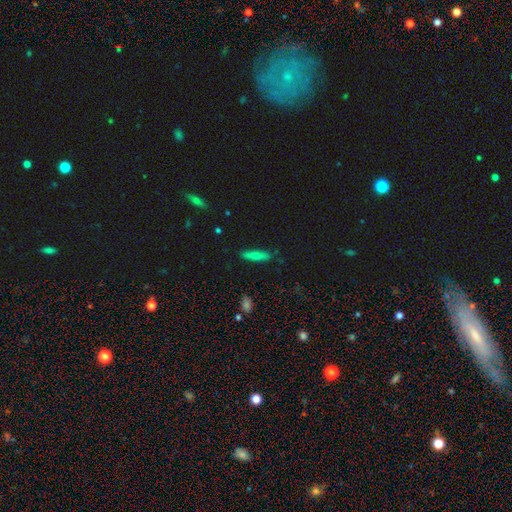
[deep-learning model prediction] smooth-or-featured: smooth: 65% | featured or disk: 27% | star or artifact: 8%
  how-rounded: cigar-shaped: 76% | in between: 22% | round: 2%
  merging: none: 85% | minor disturbance: 11% | major disturbance: 2% | merger: 2%